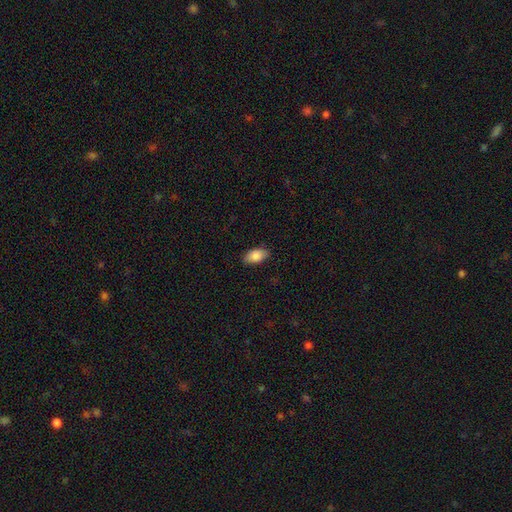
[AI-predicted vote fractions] This is clearly a smooth galaxy (86%). How rounded: clearly in between (93%). Merging: clearly none (86%).